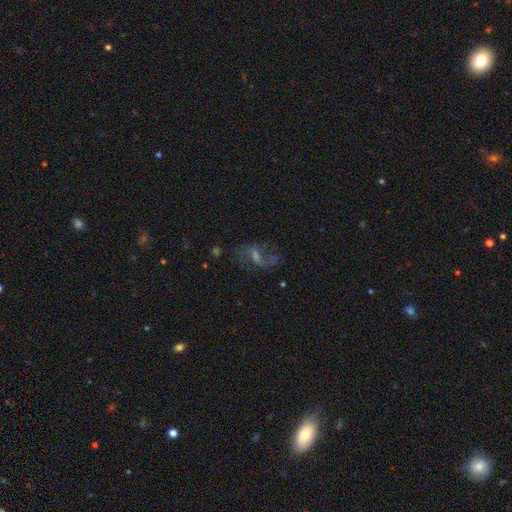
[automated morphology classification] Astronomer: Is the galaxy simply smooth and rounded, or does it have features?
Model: featured or disk — 61%.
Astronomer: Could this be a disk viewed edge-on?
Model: no — 94%.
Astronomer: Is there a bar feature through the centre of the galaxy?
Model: weak — 49% (runner-up: no, 30%).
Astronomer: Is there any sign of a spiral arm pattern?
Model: yes — 77%.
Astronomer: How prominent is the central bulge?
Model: small — 39% (runner-up: moderate, 36%).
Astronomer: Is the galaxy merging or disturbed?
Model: none — 63%.